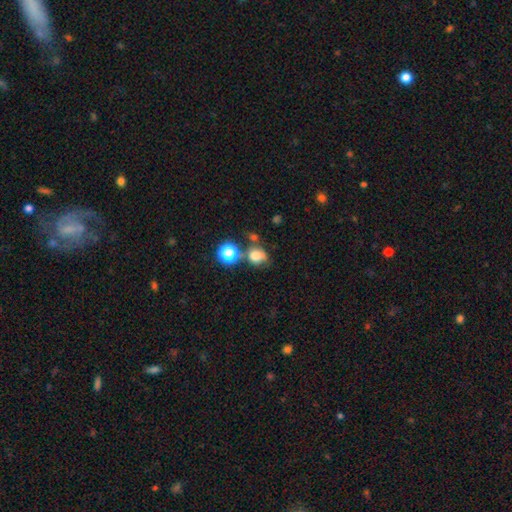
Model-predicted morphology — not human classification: This appears to be a smooth galaxy with no disk features (71%) that is round (64%). Merging: none (43%).